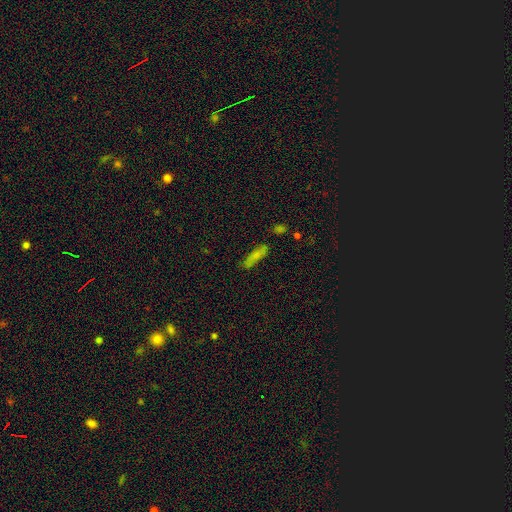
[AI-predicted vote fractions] Overall: smooth (73%). How rounded: cigar-shaped (65%; in between 33%). Merging: none (75%).